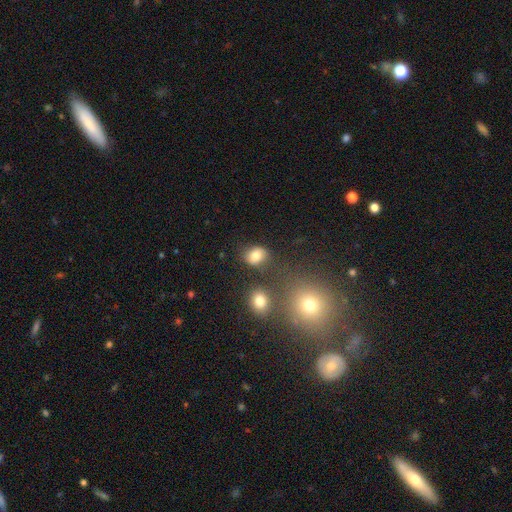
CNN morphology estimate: The model was most divided on "how rounded": round: 50%, in between: 48%, cigar-shaped: 1%. More confident: smooth or featured — smooth (79%); merging — none (76%).